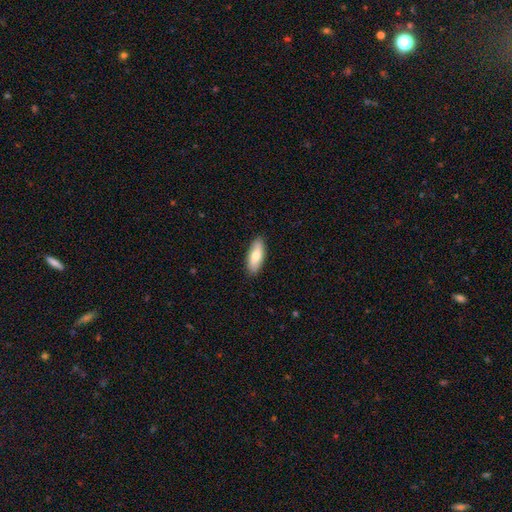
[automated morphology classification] Overall: smooth (76%). How rounded: in between (74%). Merging: none (89%).